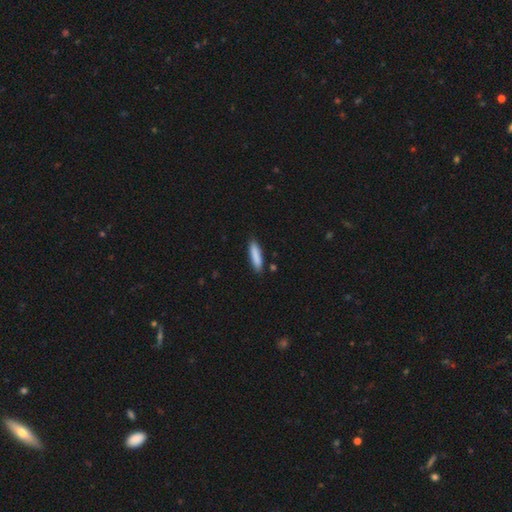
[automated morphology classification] Smooth or featured: smooth — 86% (featured or disk — 8%)
How rounded: cigar-shaped — 78% (in between — 21%)
Merging: none — 86% (minor disturbance — 11%)